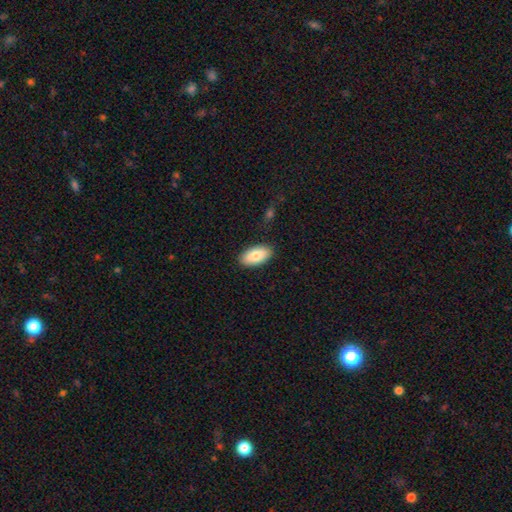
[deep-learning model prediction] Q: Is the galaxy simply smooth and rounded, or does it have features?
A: smooth — 83%.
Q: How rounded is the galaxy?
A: in between — 94%.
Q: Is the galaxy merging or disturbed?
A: none — 88%.